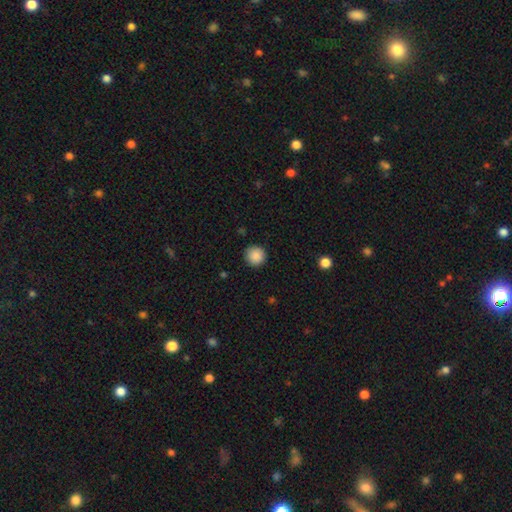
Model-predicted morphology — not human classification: This is clearly a smooth galaxy (89%). How rounded: clearly round (95%). Merging: clearly none (91%).